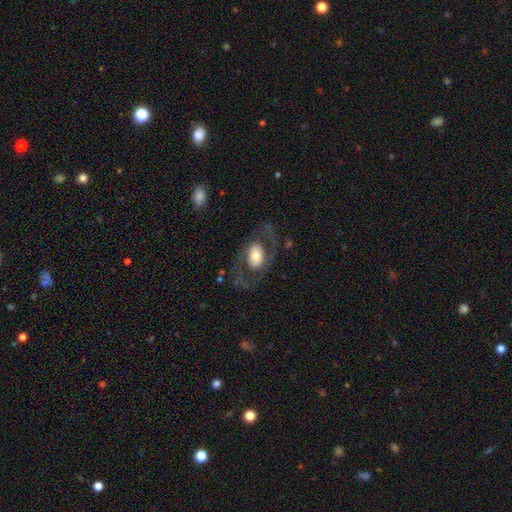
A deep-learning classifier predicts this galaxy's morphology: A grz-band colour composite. It shows a featured or disk galaxy (52%). Merging: none (61%).